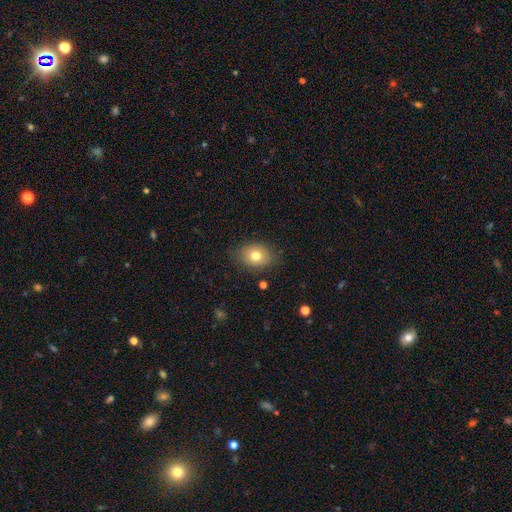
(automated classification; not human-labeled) Smooth or featured? Predicted: smooth (p=0.77). How rounded? Predicted: in between (p=0.64). Merging? Predicted: none (p=0.83).